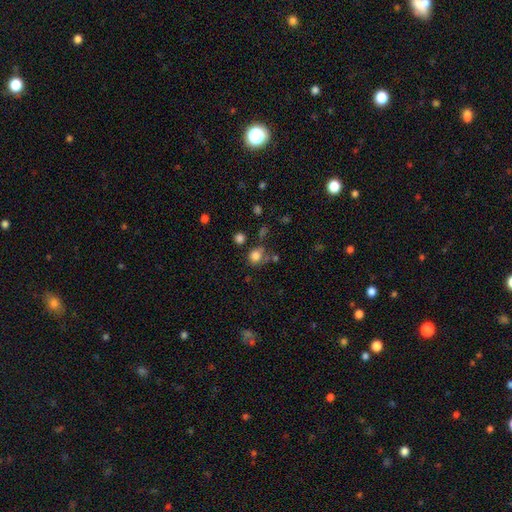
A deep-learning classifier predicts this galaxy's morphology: A smooth galaxy with no disk features (80%) that is round (82%).

Vote fractions:
- Smooth or featured? smooth: 80% / star or artifact: 13% / featured or disk: 7%
- How rounded? round: 82% / in between: 17% / cigar-shaped: 1%
- Merging? none: 61% / minor disturbance: 16% / merger: 15% / major disturbance: 8%